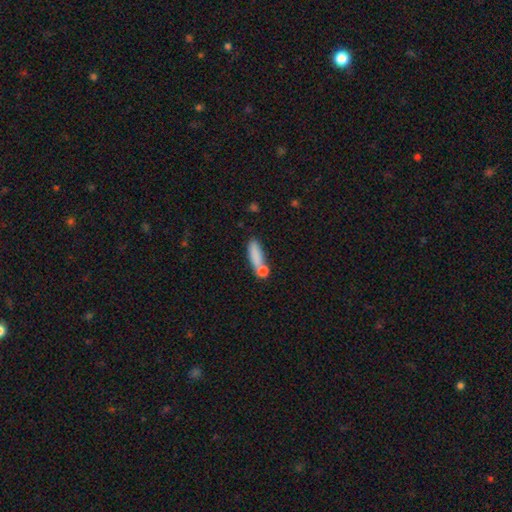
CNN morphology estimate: smooth_or_featured: smooth (p=0.82) [alt: featured or disk p=0.10]
how_rounded: in between (p=0.48) [tied with: cigar-shaped p=0.48]
merging: none (p=0.50) [alt: merger p=0.28]